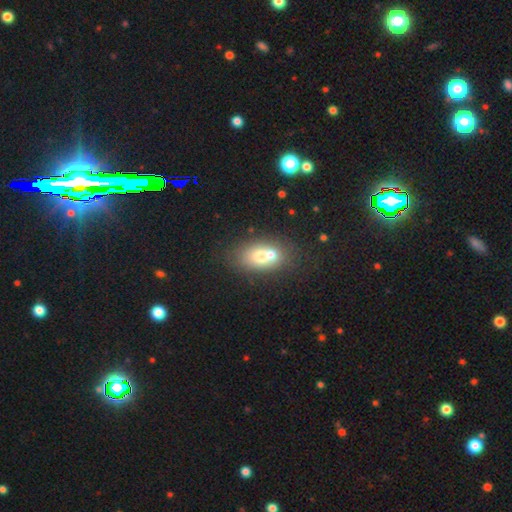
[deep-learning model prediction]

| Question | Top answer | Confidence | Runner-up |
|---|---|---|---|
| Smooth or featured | smooth | 63% | featured or disk (23%) |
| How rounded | in between | 72% | round (25%) |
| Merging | merger | 52% | none (35%) |